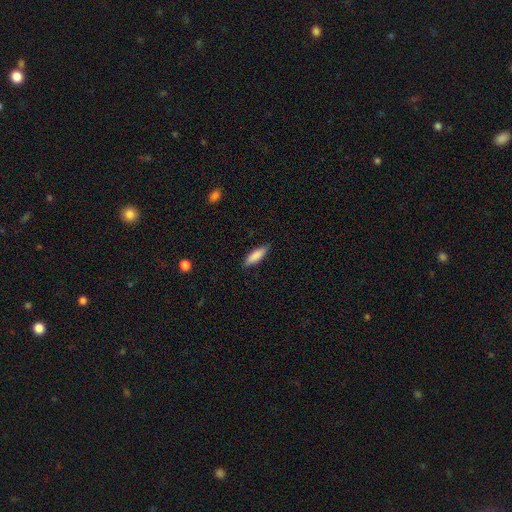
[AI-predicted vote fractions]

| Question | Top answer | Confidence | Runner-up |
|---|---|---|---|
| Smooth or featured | smooth | 86% | featured or disk (8%) |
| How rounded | cigar-shaped | 51% | in between (48%) |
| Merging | none | 84% | minor disturbance (12%) |